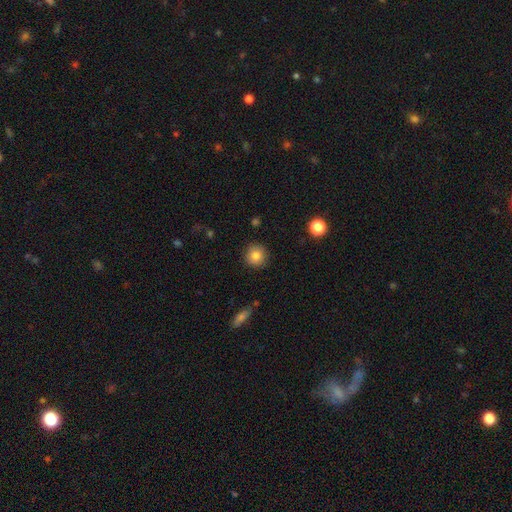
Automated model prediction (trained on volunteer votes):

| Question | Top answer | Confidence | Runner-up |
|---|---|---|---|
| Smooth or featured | smooth | 82% | star or artifact (10%) |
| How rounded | round | 93% | in between (6%) |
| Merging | none | 89% | minor disturbance (7%) |